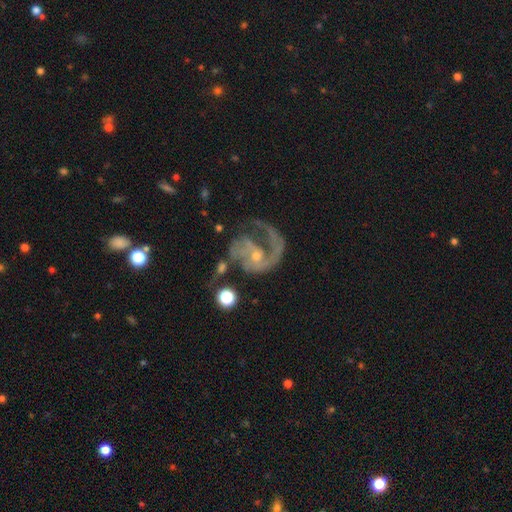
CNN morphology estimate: Smooth or featured? featured or disk (88%)
Edge-on disk? no (98%)
Bar? no (57%)
Spiral arms? yes (94%)
Spiral winding? medium (48%)
Spiral arm count? 2 (50%)
Bulge size? small (67%)
Merging? none (40%)